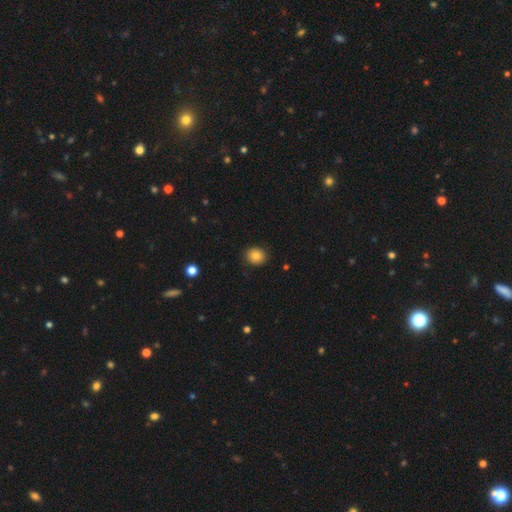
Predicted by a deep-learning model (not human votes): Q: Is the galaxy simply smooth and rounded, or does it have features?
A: smooth — 82%.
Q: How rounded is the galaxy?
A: round — 78%.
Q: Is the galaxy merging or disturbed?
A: none — 88%.